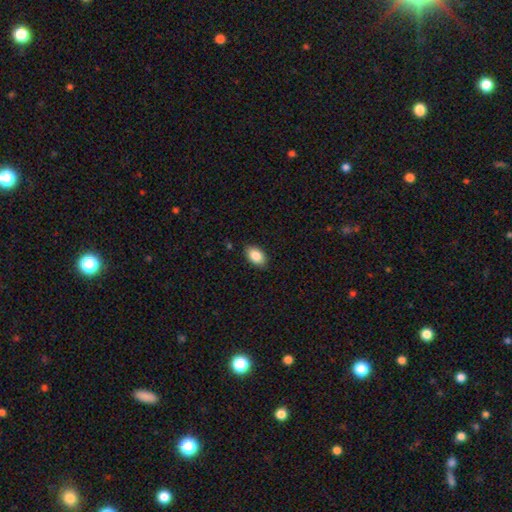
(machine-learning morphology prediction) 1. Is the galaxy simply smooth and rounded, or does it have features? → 86% smooth, 7% star or artifact, 6% featured or disk.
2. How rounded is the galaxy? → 92% in between, 7% round, 1% cigar-shaped.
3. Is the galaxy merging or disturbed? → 88% none, 9% minor disturbance, 2% major disturbance, 1% merger.